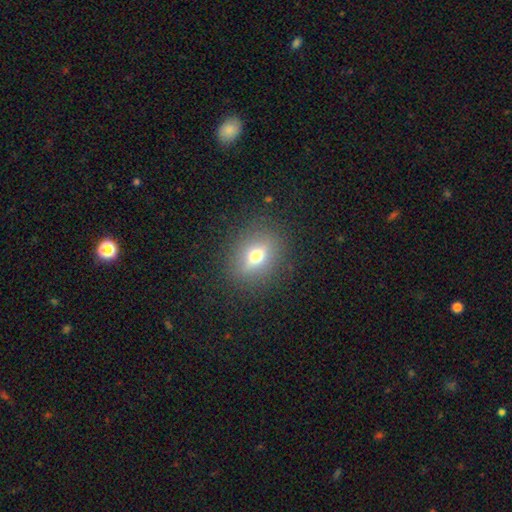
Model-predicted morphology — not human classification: smooth 56%, featured or disk 30%, star or artifact 15%. Down the decision tree: how rounded — round (53%); merging — none (86%).